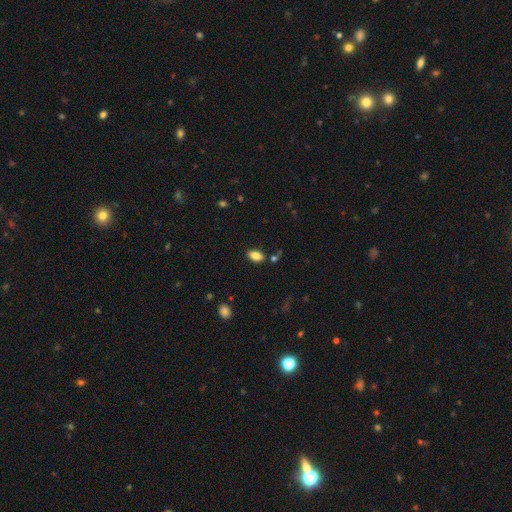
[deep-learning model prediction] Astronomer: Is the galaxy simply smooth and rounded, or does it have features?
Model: smooth — 84%.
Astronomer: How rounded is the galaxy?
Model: in between — 91%.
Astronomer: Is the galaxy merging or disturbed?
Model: none — 81%.